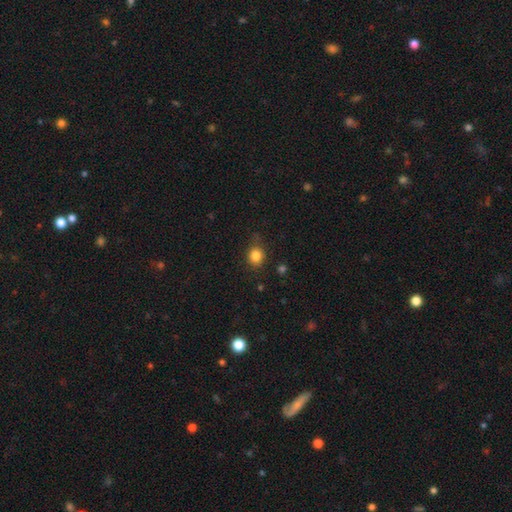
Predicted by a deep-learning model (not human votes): Smooth or featured?
  - smooth: 83% *
  - star or artifact: 11%
  - featured or disk: 5%
How rounded?
  - round: 76% *
  - in between: 23%
  - cigar-shaped: 1%
Merging?
  - none: 78% *
  - minor disturbance: 16%
  - major disturbance: 4%
  - merger: 2%